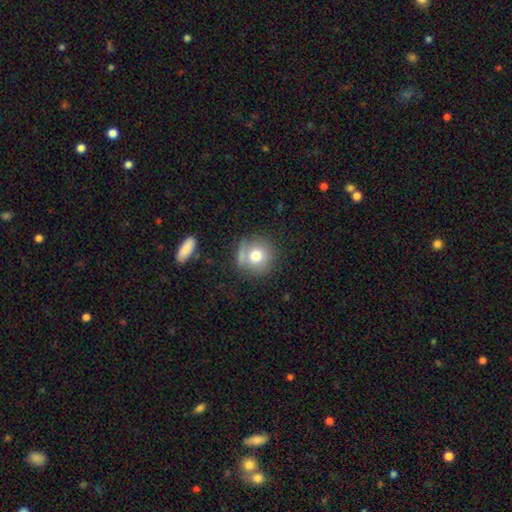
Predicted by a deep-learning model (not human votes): Overall: smooth (73%). How rounded: round (91%). Merging: none (68%).